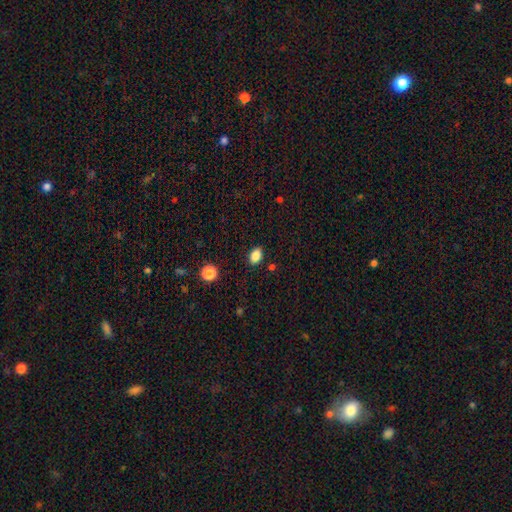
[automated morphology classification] Smooth or featured: smooth — 86% (star or artifact — 10%)
How rounded: in between — 79% (round — 19%)
Merging: none — 87% (minor disturbance — 9%)